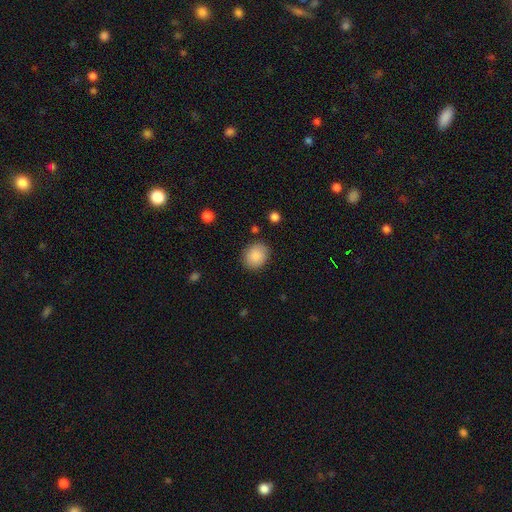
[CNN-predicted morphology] smooth-or-featured: smooth: 88% | star or artifact: 7% | featured or disk: 4%
  how-rounded: round: 58% | in between: 41% | cigar-shaped: 1%
  merging: none: 86% | minor disturbance: 10% | major disturbance: 3% | merger: 1%